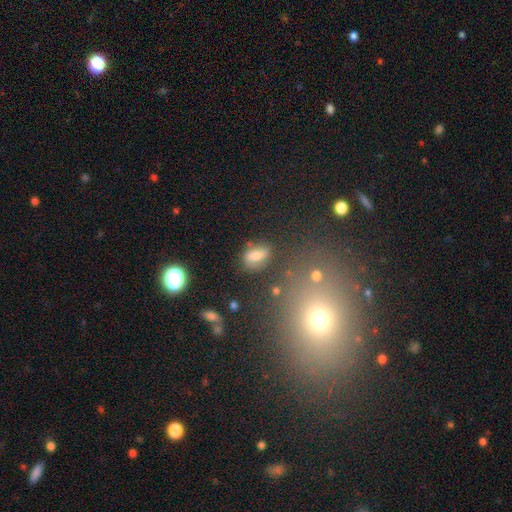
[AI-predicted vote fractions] Smooth or featured?
  - smooth: 65% *
  - featured or disk: 21%
  - star or artifact: 14%
How rounded?
  - in between: 81% *
  - round: 14%
  - cigar-shaped: 5%
Merging?
  - none: 73% *
  - minor disturbance: 16%
  - merger: 6%
  - major disturbance: 5%